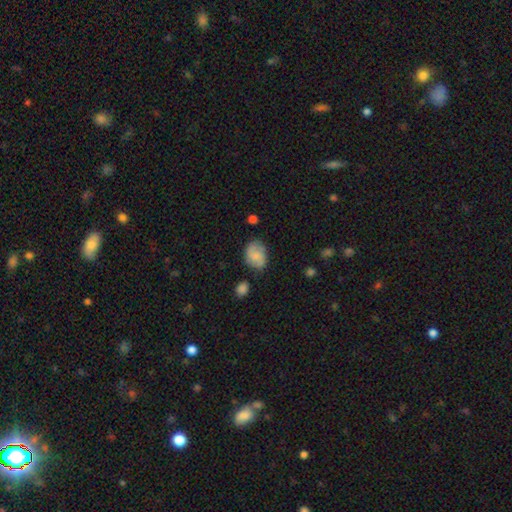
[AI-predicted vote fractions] The model was most divided on "smooth or featured": smooth: 64%, featured or disk: 28%, star or artifact: 8%. More confident: how rounded — in between (68%); merging — none (68%).